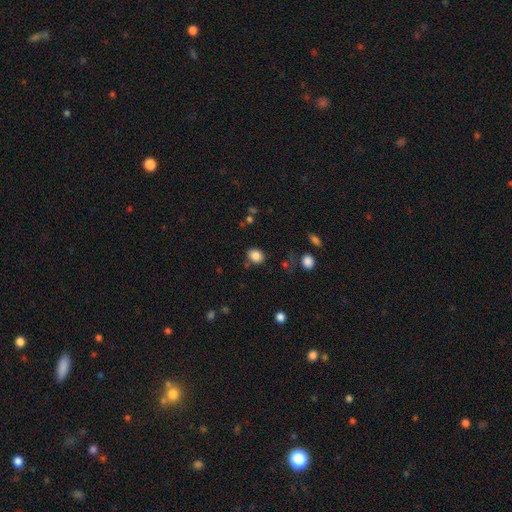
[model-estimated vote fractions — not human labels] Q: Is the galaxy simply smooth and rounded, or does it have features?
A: smooth — 84%.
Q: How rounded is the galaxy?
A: round — 57%.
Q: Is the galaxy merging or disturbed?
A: none — 80%.